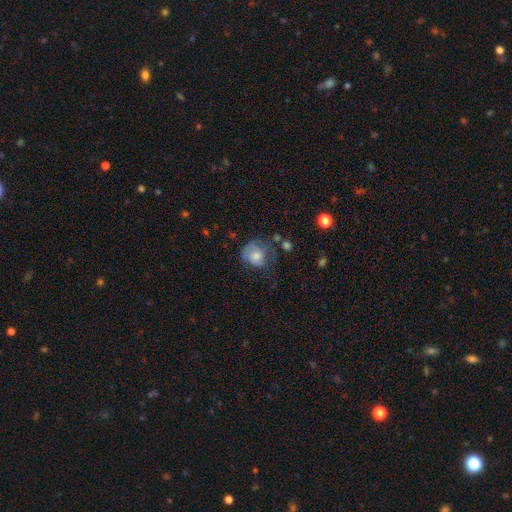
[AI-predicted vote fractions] smooth 65%, featured or disk 27%, star or artifact 9%. Down the decision tree: how rounded — round (73%); merging — none (40%).